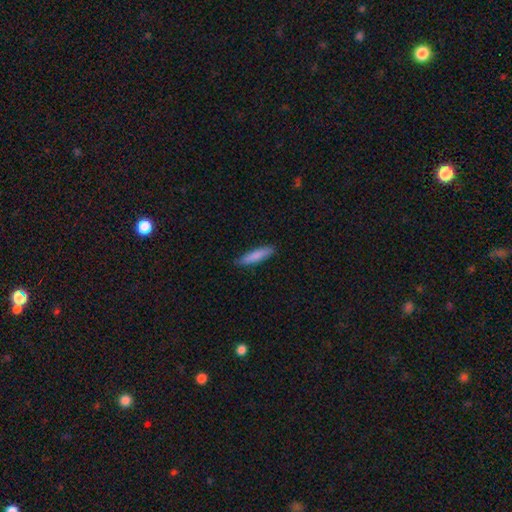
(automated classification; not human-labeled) smooth_or_featured: smooth (p=0.84) [alt: featured or disk p=0.11]
how_rounded: cigar-shaped (p=0.81) [alt: in between p=0.18]
merging: none (p=0.87) [alt: minor disturbance p=0.10]